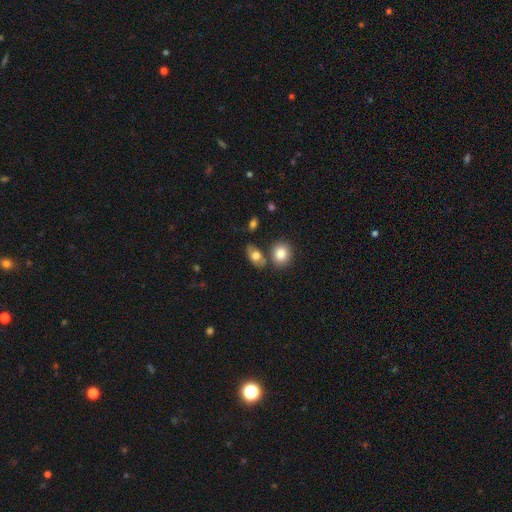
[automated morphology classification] This is likely a smooth galaxy (76%). How rounded: likely in between (79%). Merging: likely none (64%).